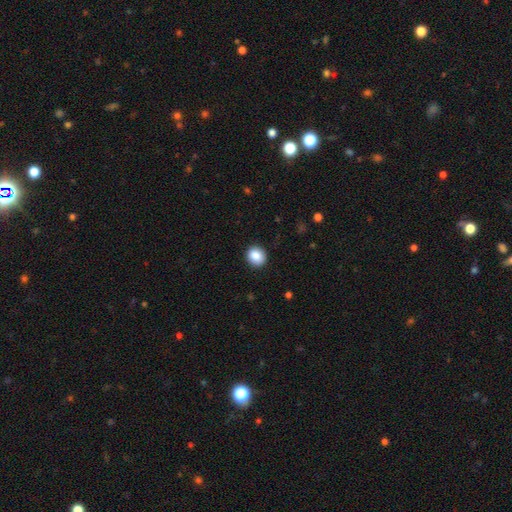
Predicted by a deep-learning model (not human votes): The model was most divided on "how rounded": round: 81%, in between: 18%, cigar-shaped: 1%. More confident: merging — none (90%); smooth or featured — smooth (88%).